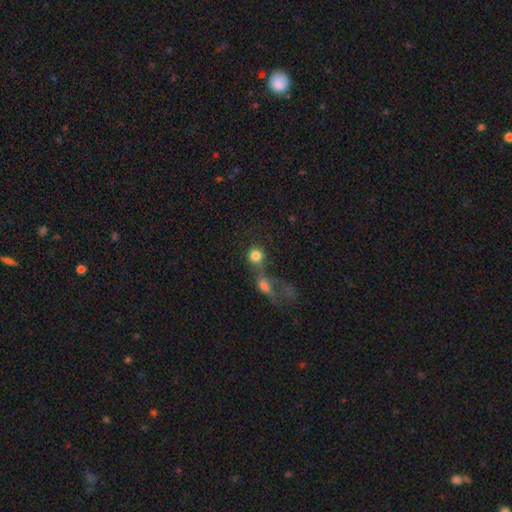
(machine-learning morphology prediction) A smooth galaxy with no disk features (78%) that is round (84%).

Vote fractions:
- Smooth or featured? smooth: 78% / star or artifact: 11% / featured or disk: 11%
- How rounded? round: 84% / in between: 14% / cigar-shaped: 2%
- Merging? merger: 51% / none: 32% / major disturbance: 9% / minor disturbance: 8%